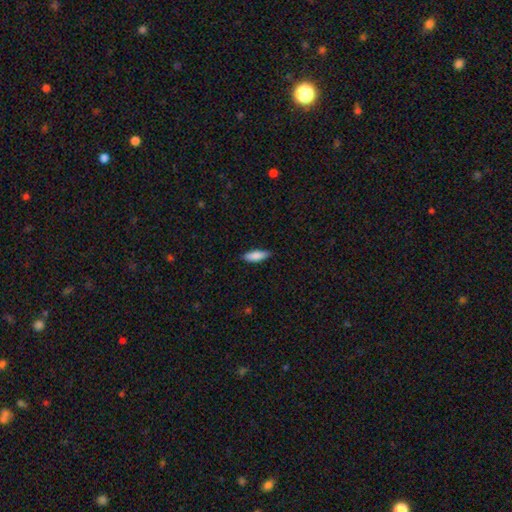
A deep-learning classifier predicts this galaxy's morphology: smooth 86%, featured or disk 8%, star or artifact 6%. Down the decision tree: how rounded — in between (56%); merging — none (86%).